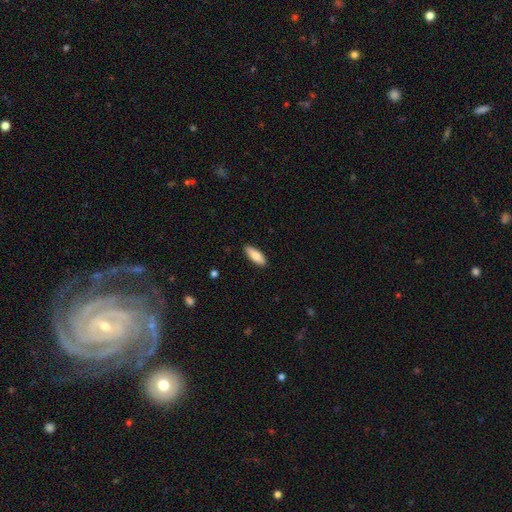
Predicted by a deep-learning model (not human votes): smooth_or_featured: smooth (p=0.83) [alt: featured or disk p=0.11]
how_rounded: in between (p=0.66) [alt: cigar-shaped p=0.32]
merging: none (p=0.89) [alt: minor disturbance p=0.09]